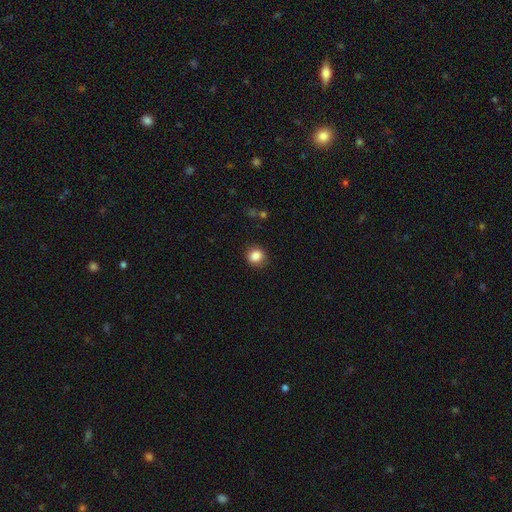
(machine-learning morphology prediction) smooth_or_featured: smooth (p=0.85) [alt: star or artifact p=0.10]
how_rounded: round (p=0.78) [alt: in between p=0.21]
merging: none (p=0.86) [alt: minor disturbance p=0.10]